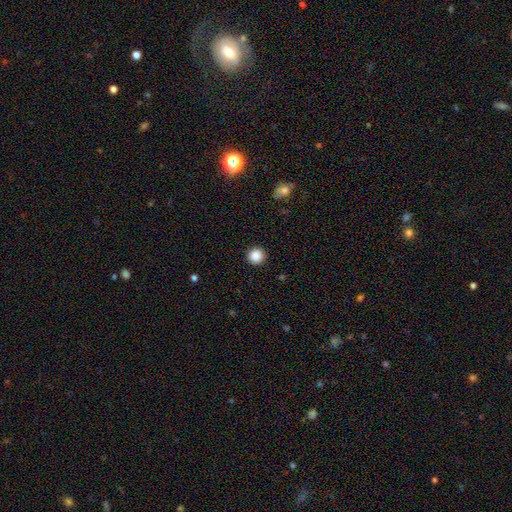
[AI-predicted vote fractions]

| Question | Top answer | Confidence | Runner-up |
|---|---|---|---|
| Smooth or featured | smooth | 87% | star or artifact (10%) |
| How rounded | round | 95% | in between (4%) |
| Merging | none | 93% | minor disturbance (5%) |